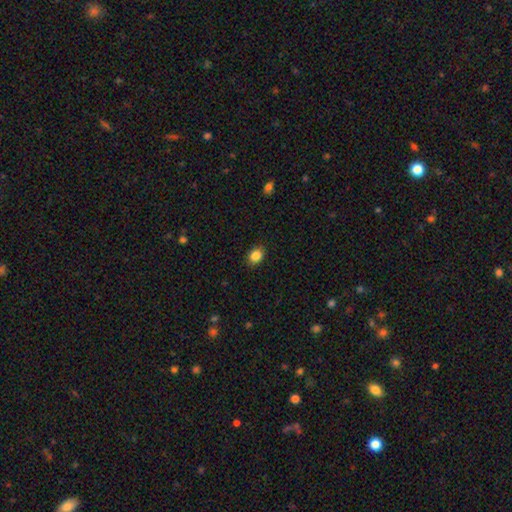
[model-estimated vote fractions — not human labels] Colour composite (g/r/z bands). It shows a smooth galaxy with no disk features (86%) that is in between round and cigar-shaped (52%). Merging: none (88%).